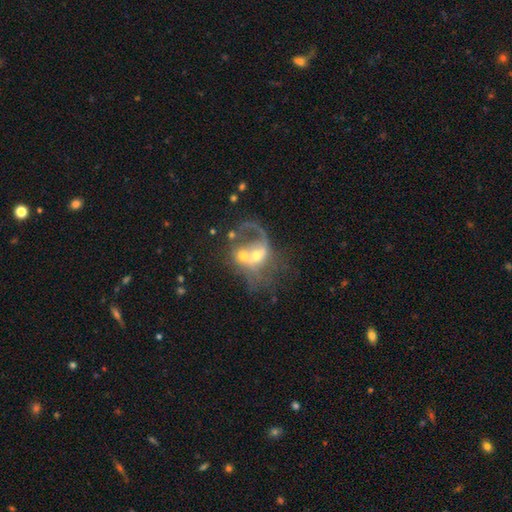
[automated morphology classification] Q: Smooth or featured?
A: featured or disk (63%); runner-up: smooth (26%)
Q: Edge-on disk?
A: no (97%); runner-up: yes (3%)
Q: Bar?
A: no (65%); runner-up: weak (27%)
Q: Spiral arms?
A: yes (63%); runner-up: no (37%)
Q: Bulge size?
A: moderate (55%); runner-up: small (28%)
Q: Merging?
A: merger (62%); runner-up: major disturbance (19%)